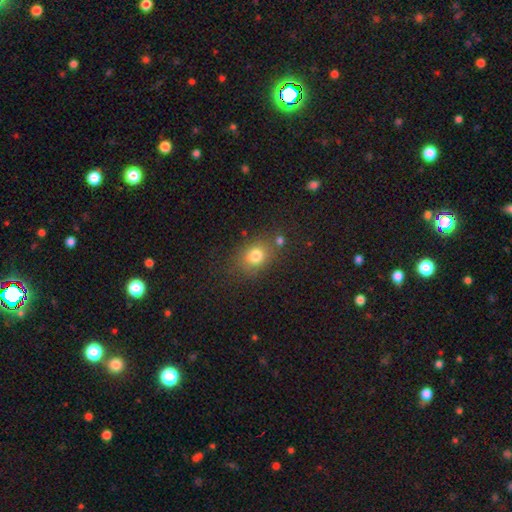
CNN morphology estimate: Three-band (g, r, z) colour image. It shows a smooth galaxy with no disk features (78%) that is in between round and cigar-shaped (54%). Merging: none (71%).